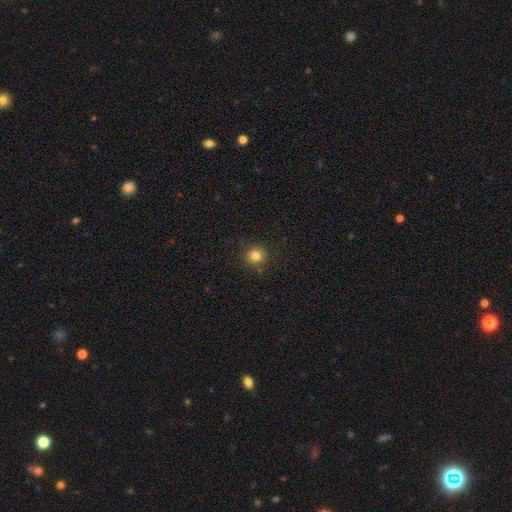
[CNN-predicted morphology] smooth-or-featured: smooth: 82% | star or artifact: 13% | featured or disk: 6%
  how-rounded: round: 91% | in between: 8% | cigar-shaped: 1%
  merging: none: 87% | minor disturbance: 8% | major disturbance: 2% | merger: 2%